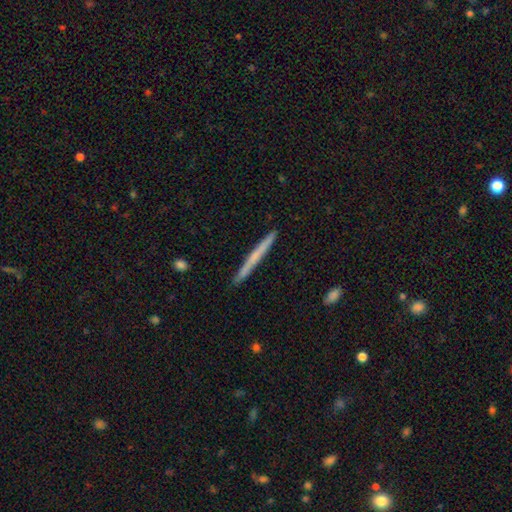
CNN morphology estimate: Smooth or featured? smooth (49%)
Merging? none (91%)